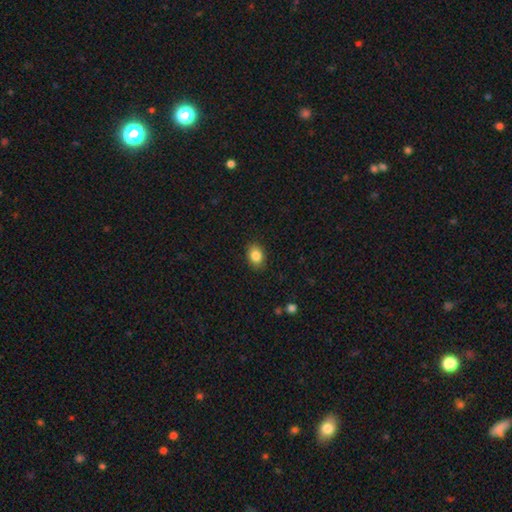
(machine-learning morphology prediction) Overall: smooth (85%). How rounded: in between (67%; round 32%). Merging: none (88%).